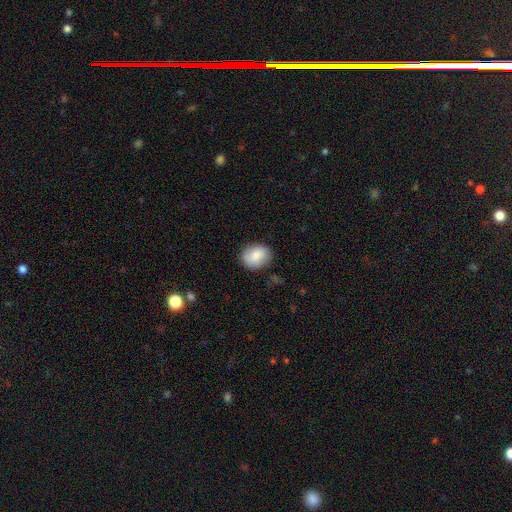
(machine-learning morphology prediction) This is clearly a smooth galaxy (82%). How rounded: possibly in between (51%). Merging: clearly none (82%).